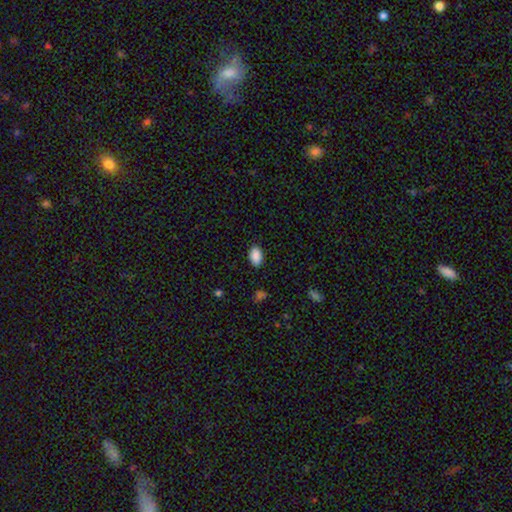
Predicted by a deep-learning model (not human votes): Smooth or featured? Predicted: smooth (p=0.89). How rounded? Predicted: in between (p=0.91). Merging? Predicted: none (p=0.87).